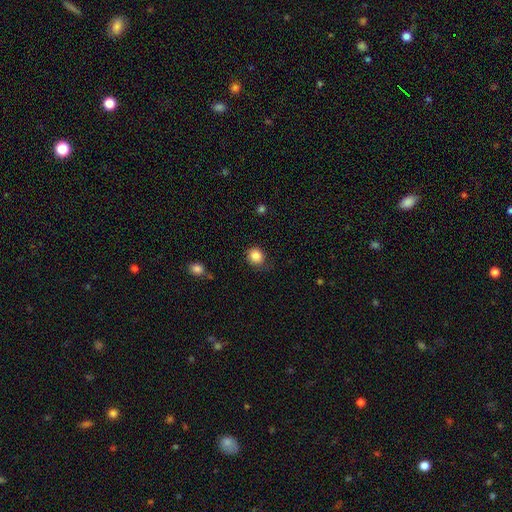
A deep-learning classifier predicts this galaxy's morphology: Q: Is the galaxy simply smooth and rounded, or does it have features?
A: smooth — 85%.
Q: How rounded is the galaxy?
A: round — 80%.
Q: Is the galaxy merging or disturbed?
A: none — 74%.